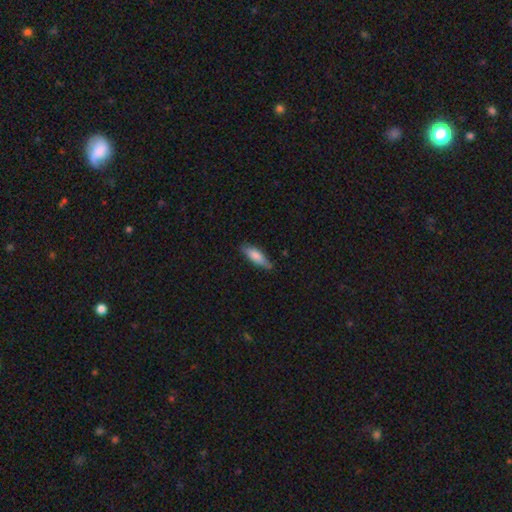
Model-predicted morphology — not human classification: smooth 80%, featured or disk 14%, star or artifact 6%. Down the decision tree: how rounded — in between (53%); merging — none (73%).